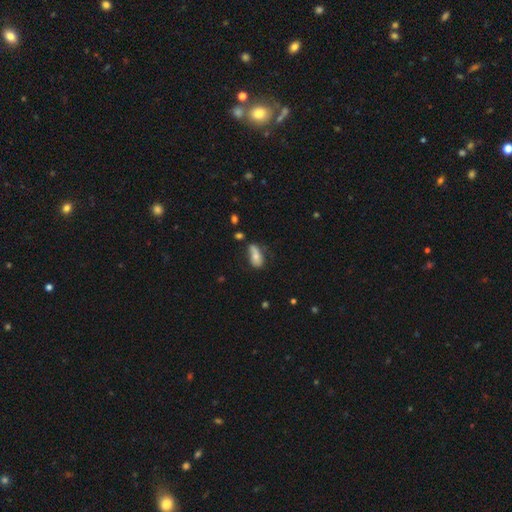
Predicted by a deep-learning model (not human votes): This appears to be a smooth galaxy with no disk features (68%) that is in between round and cigar-shaped (85%). Merging: none (42%).